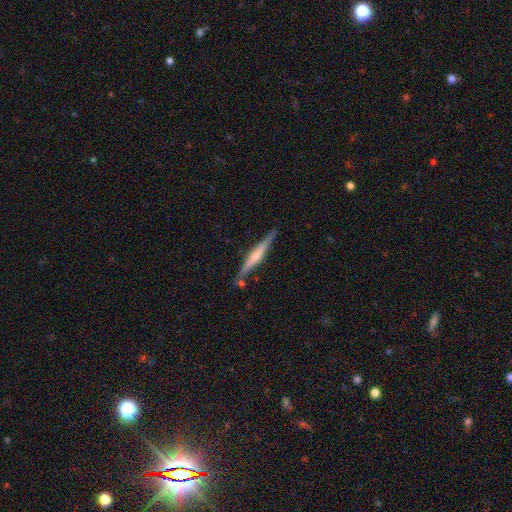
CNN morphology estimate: A featured or disk galaxy (64%) viewed edge-on (97%) with a rounded central bulge (63%).

Vote fractions:
- Smooth or featured? featured or disk: 64% / smooth: 30% / star or artifact: 6%
- Edge-on disk? yes: 97% / no: 3%
- Edge-on bulge? rounded: 63% / boxy: 19% / none: 18%
- Merging? none: 84% / minor disturbance: 11% / merger: 3% / major disturbance: 2%